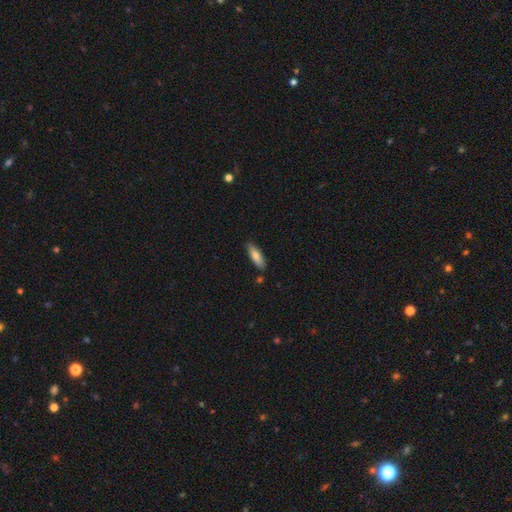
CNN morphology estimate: A smooth galaxy with no disk features (75%) that is cigar-shaped (49%, tied with in between).

Vote fractions:
- Smooth or featured? smooth: 75% / featured or disk: 19% / star or artifact: 6%
- How rounded? cigar-shaped: 49% (tied) / in between: 49% (tied) / round: 2%
- Merging? none: 84% / minor disturbance: 11% / merger: 3% / major disturbance: 2%